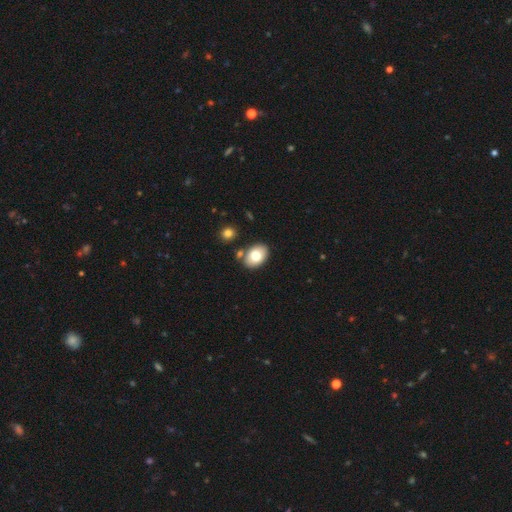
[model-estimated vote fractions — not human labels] Q: Smooth or featured?
A: smooth (76%); runner-up: featured or disk (16%)
Q: How rounded?
A: in between (82%); runner-up: round (17%)
Q: Merging?
A: none (78%); runner-up: minor disturbance (11%)